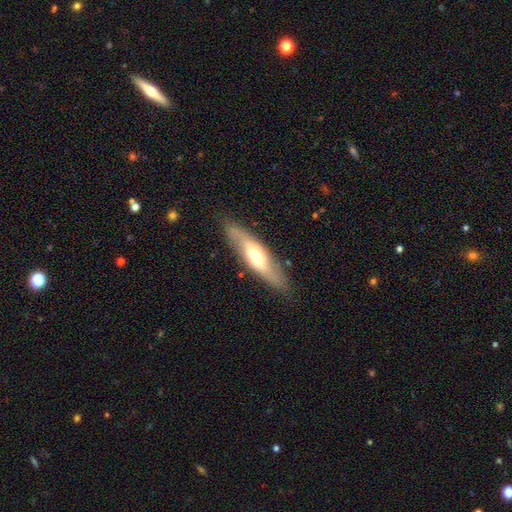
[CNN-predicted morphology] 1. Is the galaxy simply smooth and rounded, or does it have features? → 52% featured or disk, 42% smooth, 6% star or artifact.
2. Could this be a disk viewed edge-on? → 55% yes, 45% no.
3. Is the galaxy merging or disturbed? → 82% none, 13% minor disturbance, 3% major disturbance, 1% merger.